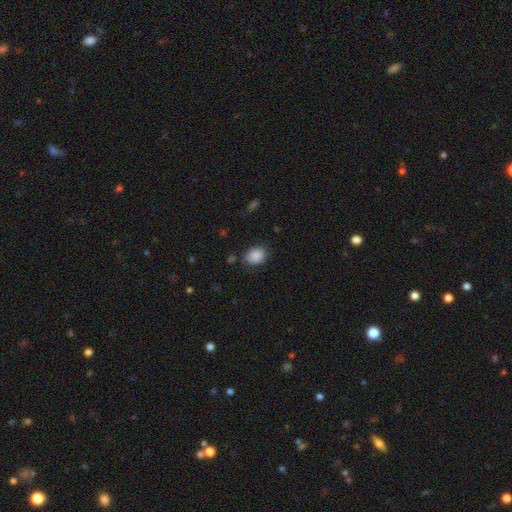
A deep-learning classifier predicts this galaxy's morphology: Overall: smooth (87%). How rounded: round (51%; in between 48%). Merging: none (74%).